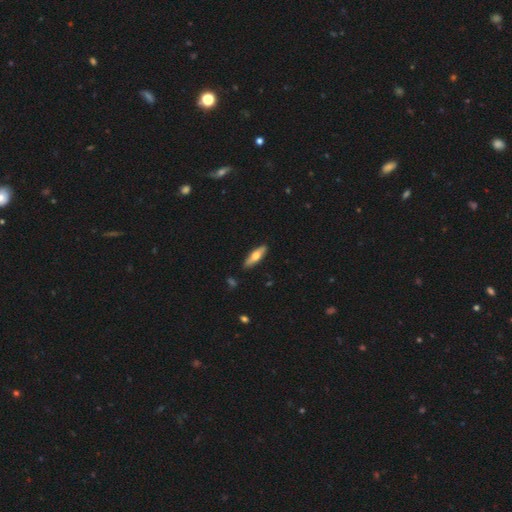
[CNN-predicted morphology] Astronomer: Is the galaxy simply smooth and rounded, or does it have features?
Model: smooth — 51% (runner-up: featured or disk, 44%).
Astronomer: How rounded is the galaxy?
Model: cigar-shaped — 59% (runner-up: in between, 39%).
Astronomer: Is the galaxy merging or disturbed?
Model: none — 88%.